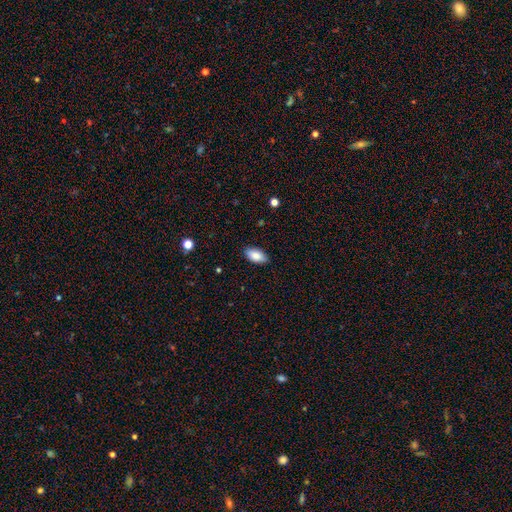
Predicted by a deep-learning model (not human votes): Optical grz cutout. It shows a smooth galaxy with no disk features (86%) that is in between round and cigar-shaped (93%). Merging: none (87%).